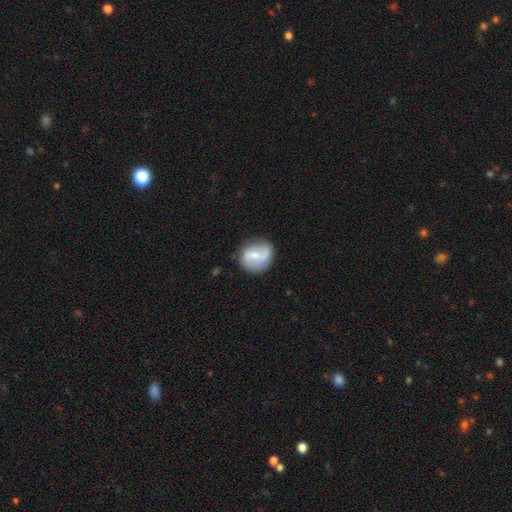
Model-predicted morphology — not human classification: Smooth or featured? Predicted: featured or disk (p=0.51). Edge-on disk? Predicted: no (p=0.97). Merging? Predicted: none (p=0.66).